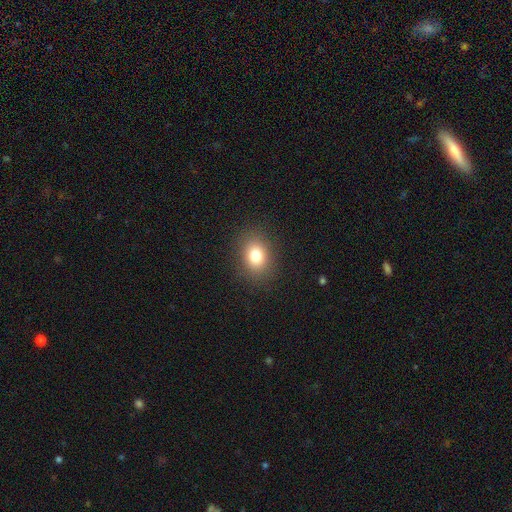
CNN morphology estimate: Smooth or featured: smooth — 80% (star or artifact — 12%)
How rounded: in between — 61% (round — 38%)
Merging: none — 87% (minor disturbance — 9%)